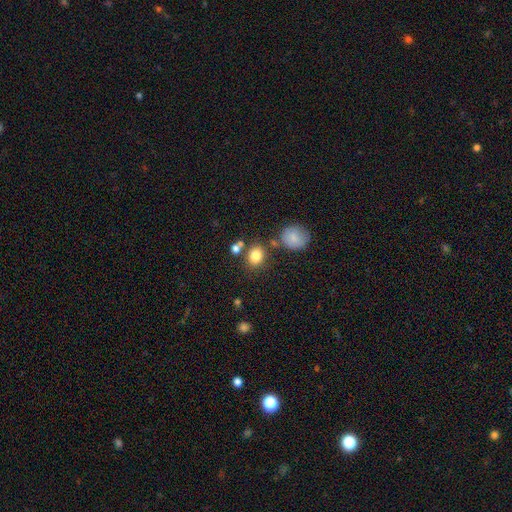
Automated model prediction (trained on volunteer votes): smooth_or_featured: smooth (p=0.81) [alt: star or artifact p=0.11]
how_rounded: round (p=0.58) [alt: in between p=0.41]
merging: none (p=0.70) [alt: merger p=0.14]